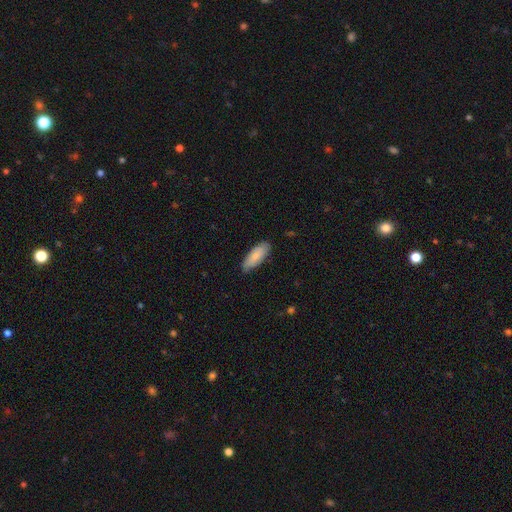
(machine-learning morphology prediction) This is clearly a smooth galaxy (86%). How rounded: likely in between (72%). Merging: clearly none (82%).